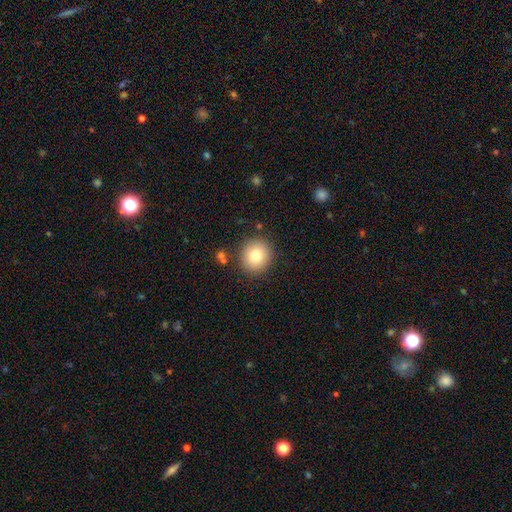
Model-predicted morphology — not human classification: This appears to be a smooth galaxy with no disk features (81%) that is round (90%). Merging: none (87%).